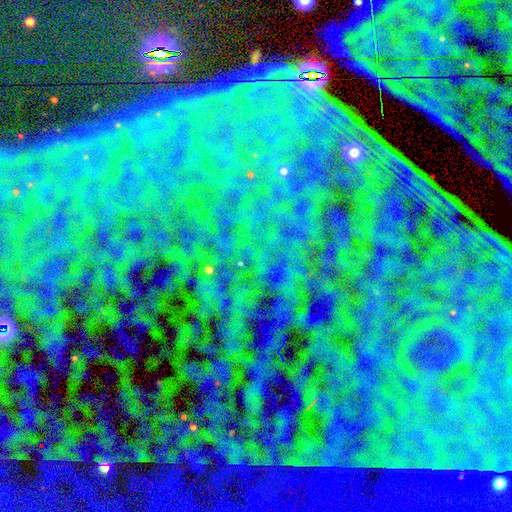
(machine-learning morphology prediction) A star or artifact, not a galaxy (86%).